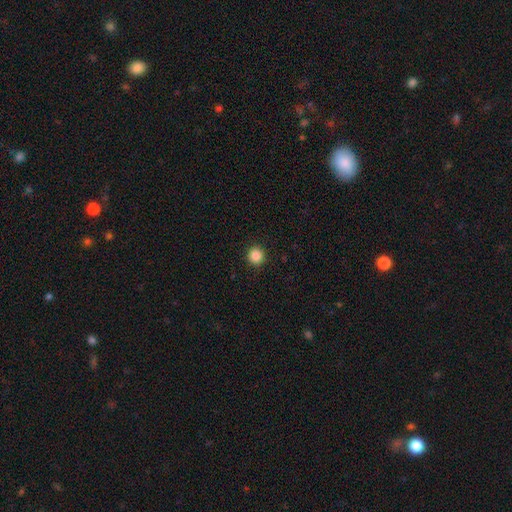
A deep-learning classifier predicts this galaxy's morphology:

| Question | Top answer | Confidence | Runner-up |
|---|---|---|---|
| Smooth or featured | smooth | 86% | star or artifact (11%) |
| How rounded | round | 94% | in between (5%) |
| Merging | none | 93% | minor disturbance (5%) |